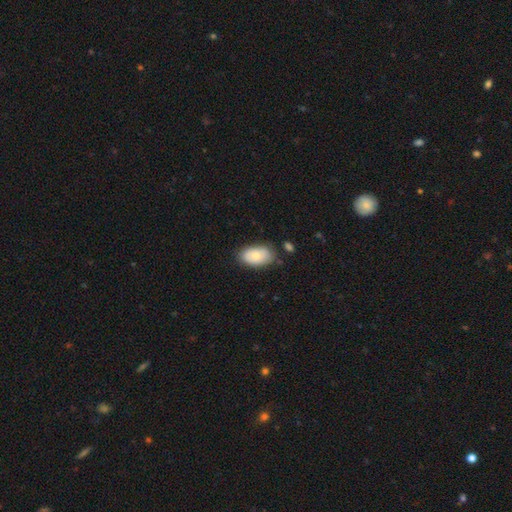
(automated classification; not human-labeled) Smooth or featured? Predicted: smooth (p=0.67). How rounded? Predicted: in between (p=0.91). Merging? Predicted: none (p=0.73).